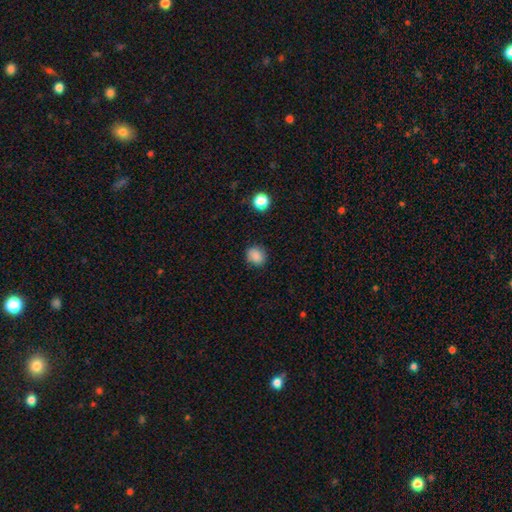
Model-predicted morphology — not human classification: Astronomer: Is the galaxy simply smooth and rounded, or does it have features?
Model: smooth — 84%.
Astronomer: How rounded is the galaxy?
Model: round — 67%.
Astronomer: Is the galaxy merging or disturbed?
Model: none — 80%.